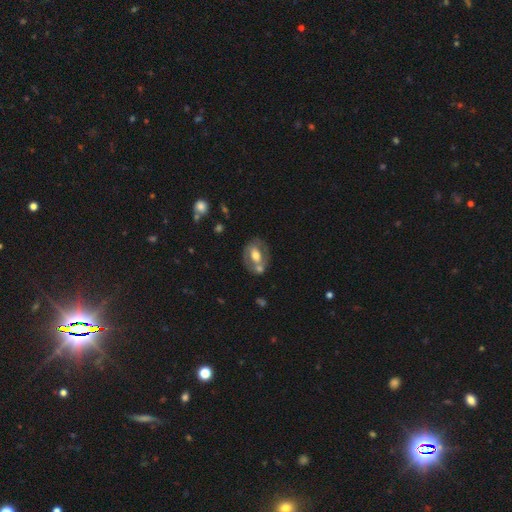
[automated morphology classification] This appears to be a featured or disk galaxy (52%). Merging: none (49%).